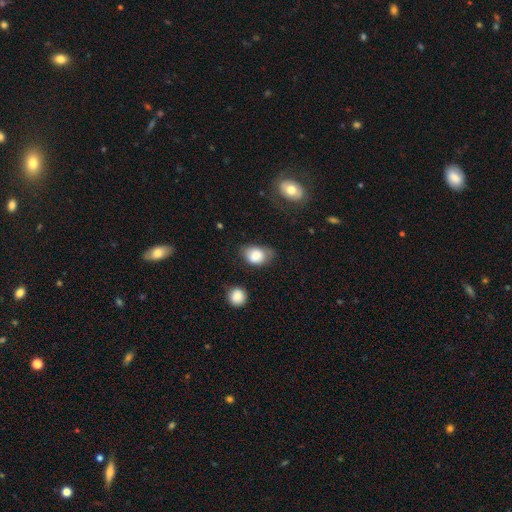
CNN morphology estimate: Q: Smooth or featured?
A: smooth (80%); runner-up: featured or disk (12%)
Q: How rounded?
A: in between (75%); runner-up: round (24%)
Q: Merging?
A: none (52%); runner-up: minor disturbance (33%)